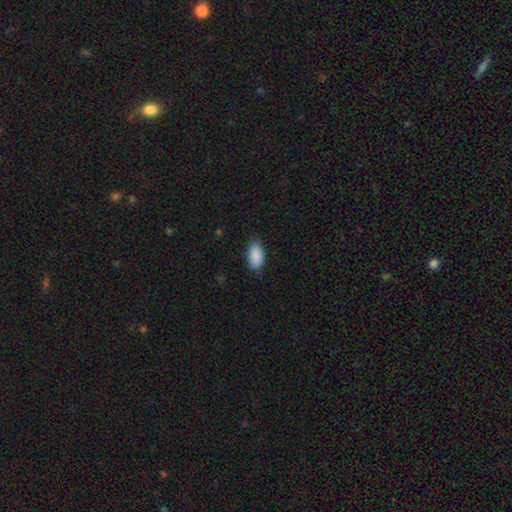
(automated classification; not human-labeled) Smooth or featured?
  - smooth: 89% *
  - star or artifact: 6%
  - featured or disk: 4%
How rounded?
  - in between: 93% *
  - cigar-shaped: 5%
  - round: 2%
Merging?
  - none: 77% *
  - minor disturbance: 18%
  - major disturbance: 3%
  - merger: 1%